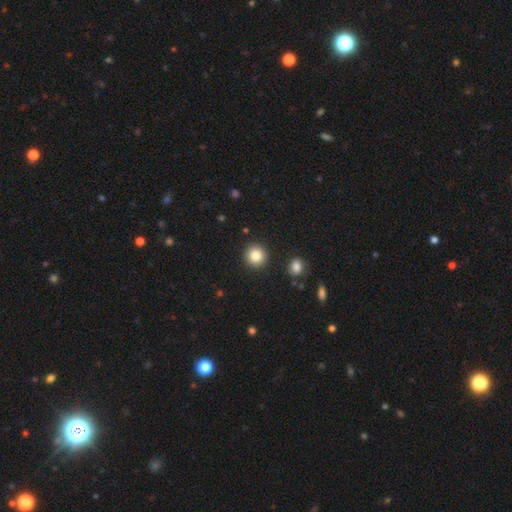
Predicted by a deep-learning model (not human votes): smooth_or_featured: smooth (p=0.84) [alt: star or artifact p=0.10]
how_rounded: round (p=0.94) [alt: in between p=0.06]
merging: none (p=0.91) [alt: minor disturbance p=0.05]